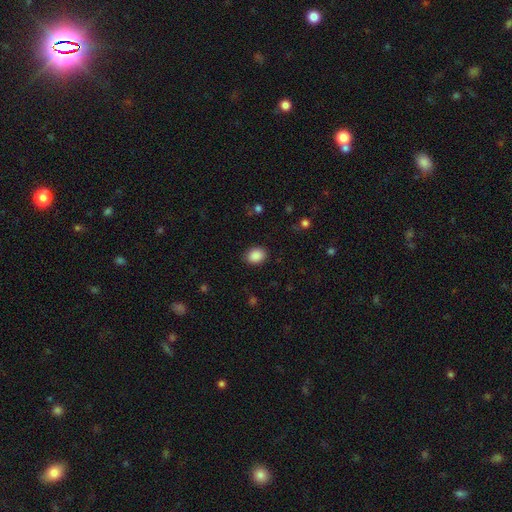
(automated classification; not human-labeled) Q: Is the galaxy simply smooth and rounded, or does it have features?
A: smooth — 89%.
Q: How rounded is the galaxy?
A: in between — 59%.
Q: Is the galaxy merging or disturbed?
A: none — 88%.